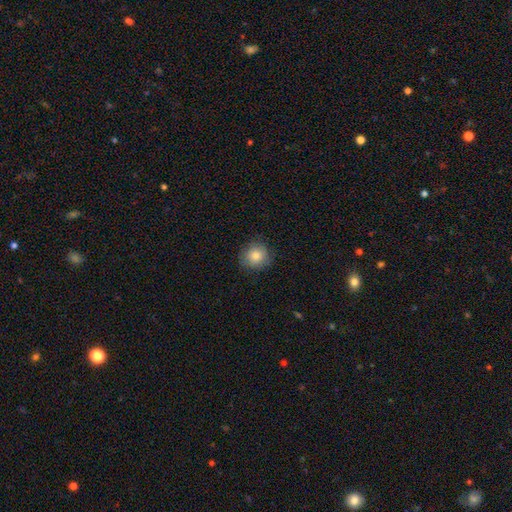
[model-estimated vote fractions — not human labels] Morphology: type=smooth (83%); roundness=round (86%); merging=none (85%).